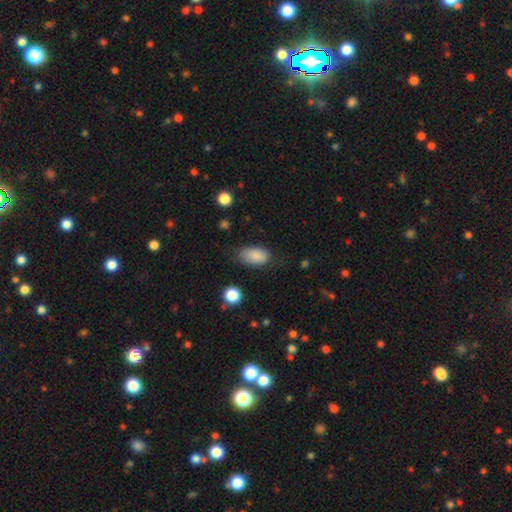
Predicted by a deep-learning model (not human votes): A smooth galaxy with no disk features (87%) that is in between round and cigar-shaped (92%). Merging: none (71%).